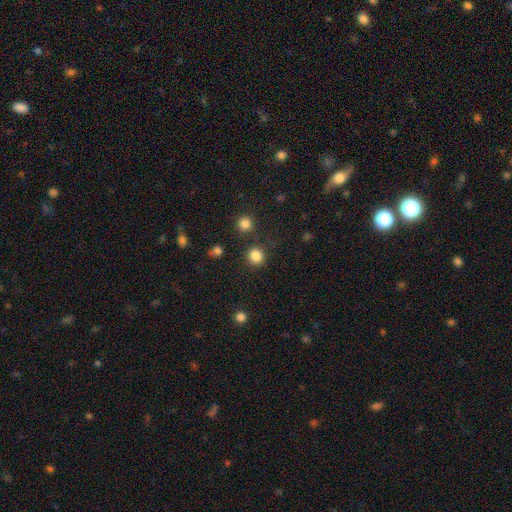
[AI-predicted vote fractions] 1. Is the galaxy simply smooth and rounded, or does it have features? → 84% smooth, 12% star or artifact, 4% featured or disk.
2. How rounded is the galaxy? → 88% round, 11% in between, 1% cigar-shaped.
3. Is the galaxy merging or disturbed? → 85% none, 7% minor disturbance, 5% merger, 3% major disturbance.